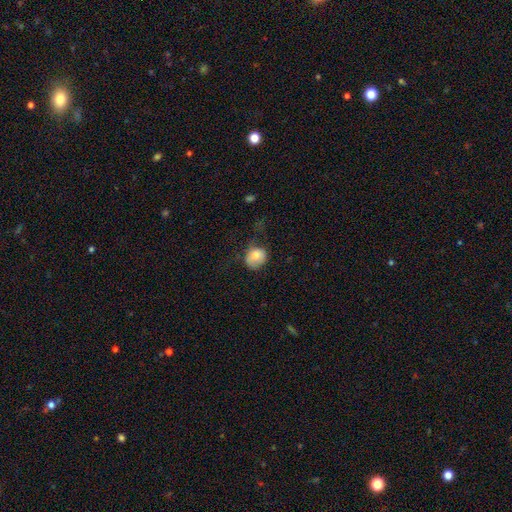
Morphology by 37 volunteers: Q: Smooth or featured?
A: smooth (73%); runner-up: featured or disk (19%)
Q: How rounded?
A: round (63%); runner-up: in between (37%)
Q: Merging?
A: none (53%); runner-up: major disturbance (24%)